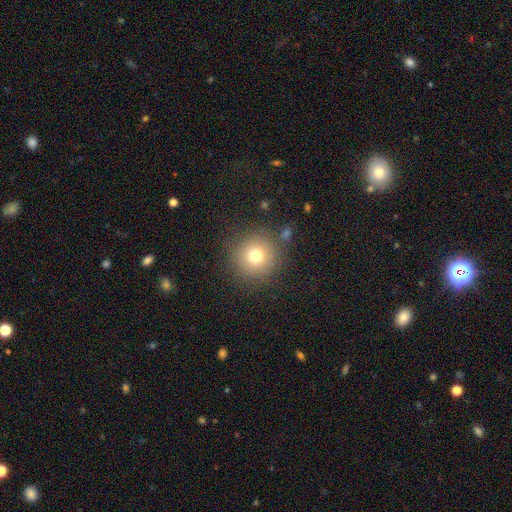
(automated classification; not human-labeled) Q: Smooth or featured?
A: smooth (74%); runner-up: star or artifact (14%)
Q: How rounded?
A: round (95%); runner-up: in between (4%)
Q: Merging?
A: none (84%); runner-up: minor disturbance (9%)